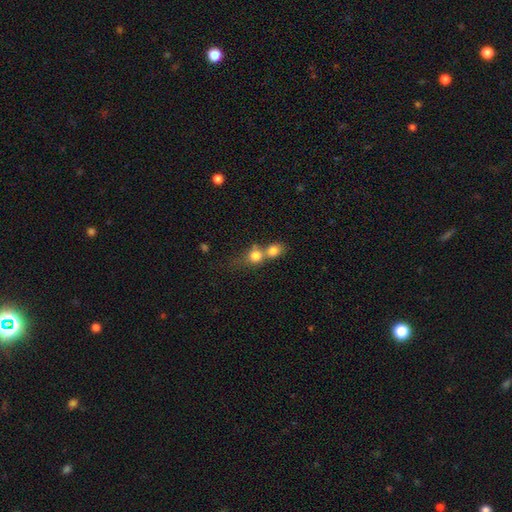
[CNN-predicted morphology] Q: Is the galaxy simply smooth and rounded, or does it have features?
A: smooth — 77%.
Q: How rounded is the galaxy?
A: round — 73%.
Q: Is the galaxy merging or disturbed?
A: merger — 67%.